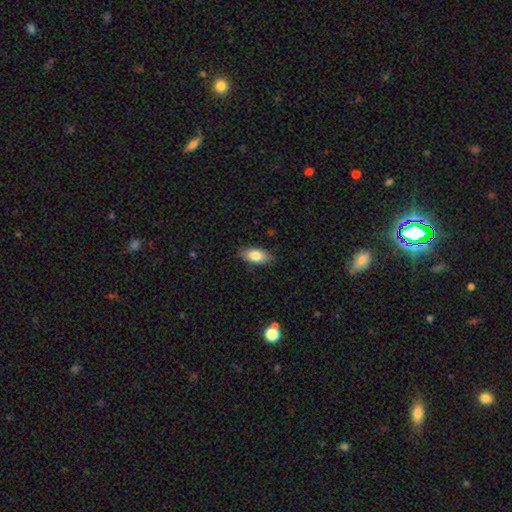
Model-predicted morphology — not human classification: Smooth or featured? Predicted: smooth (p=0.82). How rounded? Predicted: in between (p=0.90). Merging? Predicted: none (p=0.86).